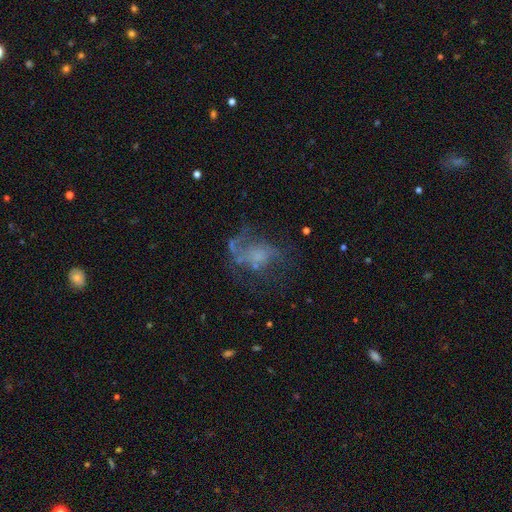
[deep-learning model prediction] The model was most divided on "merging": major disturbance: 39%, none: 38%, minor disturbance: 17%, merger: 5%. Remaining: edge-on disk — no (97%); bar — no (81%); smooth or featured — featured or disk (56%); spiral arms — no (54%); bulge size — none (48%).